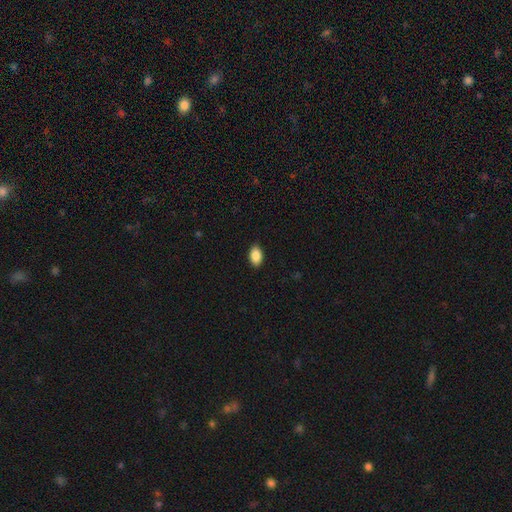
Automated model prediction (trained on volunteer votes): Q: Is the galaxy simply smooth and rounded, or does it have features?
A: smooth — 89%.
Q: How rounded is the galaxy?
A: in between — 93%.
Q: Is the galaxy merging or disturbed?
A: none — 89%.